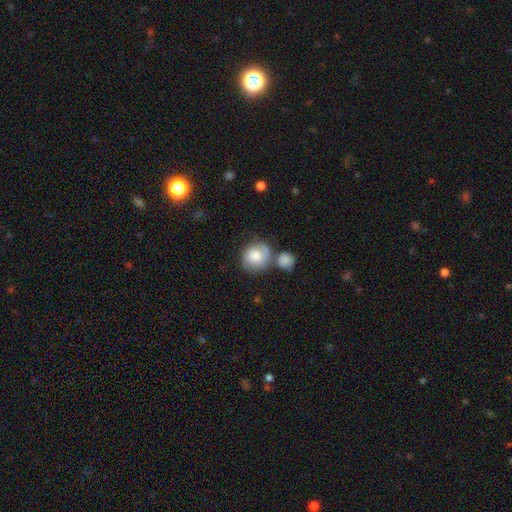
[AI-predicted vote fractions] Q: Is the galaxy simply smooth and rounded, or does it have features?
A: smooth — 69%.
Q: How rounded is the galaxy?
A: round — 80%.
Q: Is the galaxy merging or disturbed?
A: none — 44%.